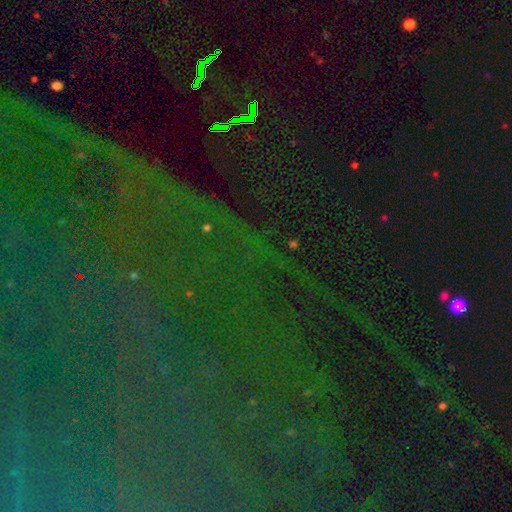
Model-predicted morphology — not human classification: Smooth or featured?
  - star or artifact: 86% *
  - smooth: 7%
  - featured or disk: 7%